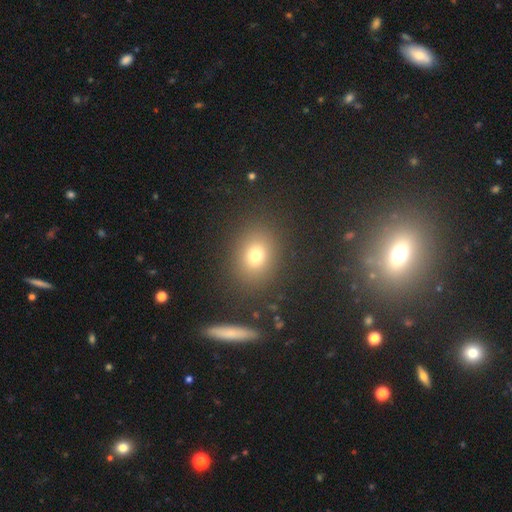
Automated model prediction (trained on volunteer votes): Morphology: type=smooth (74%); roundness=in between (52%); merging=none (85%).